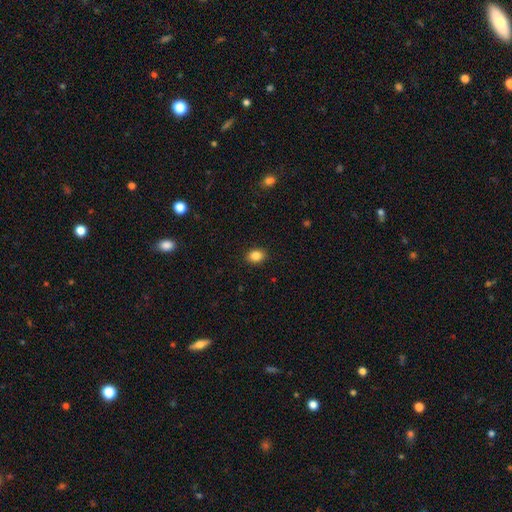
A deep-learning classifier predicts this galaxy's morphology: Overall: smooth (86%). How rounded: in between (62%; round 37%). Merging: none (90%).